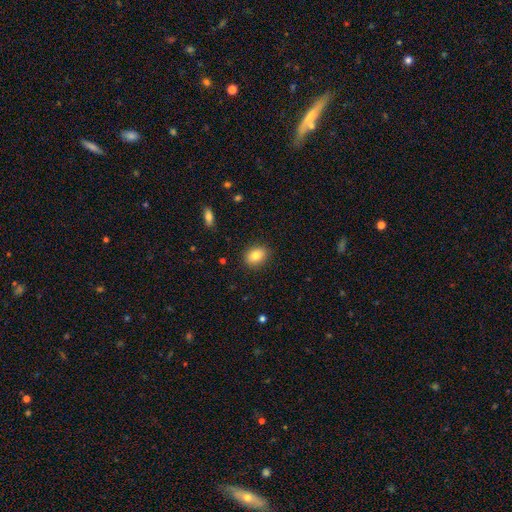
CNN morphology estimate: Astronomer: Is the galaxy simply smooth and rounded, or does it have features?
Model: smooth — 80%.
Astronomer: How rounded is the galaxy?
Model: in between — 63%.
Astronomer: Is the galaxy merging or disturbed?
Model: none — 88%.